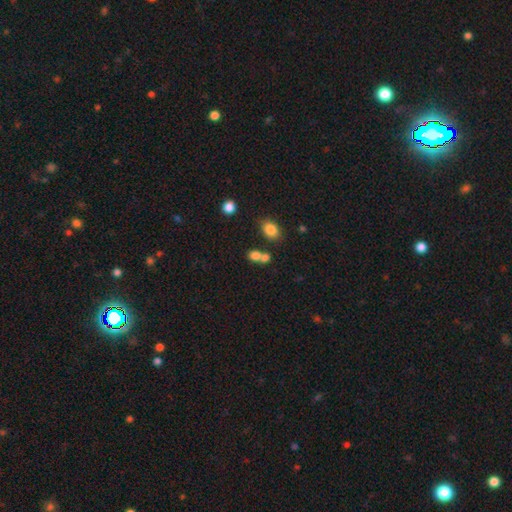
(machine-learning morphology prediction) Smooth or featured? smooth (77%)
How rounded? in between (49%, tied with round)
Merging? merger (50%)